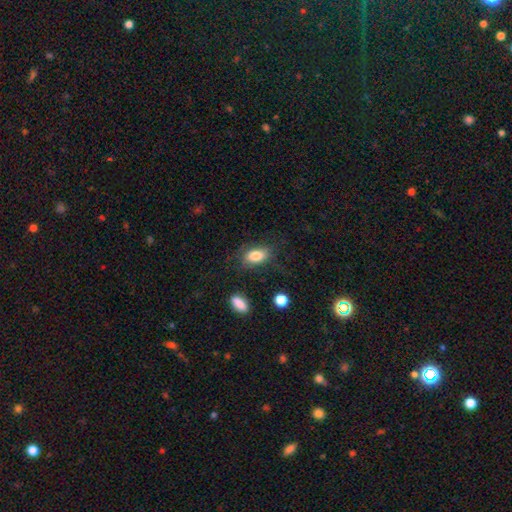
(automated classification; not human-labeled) Q: Smooth or featured?
A: smooth (82%); runner-up: featured or disk (10%)
Q: How rounded?
A: in between (89%); runner-up: round (7%)
Q: Merging?
A: none (71%); runner-up: minor disturbance (18%)